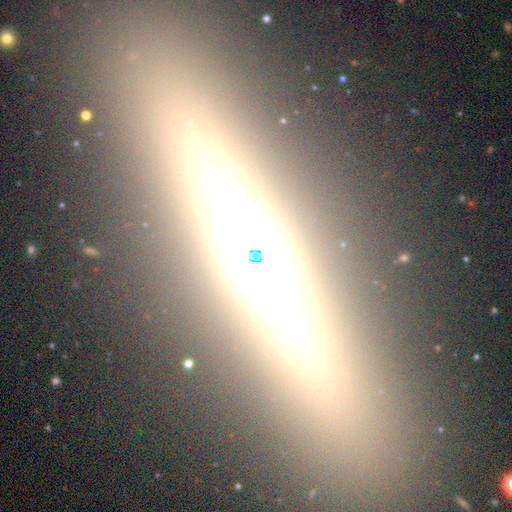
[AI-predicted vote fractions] Q: Smooth or featured?
A: featured or disk (67%); runner-up: star or artifact (17%)
Q: Edge-on disk?
A: yes (89%); runner-up: no (11%)
Q: Edge-on bulge?
A: rounded (81%); runner-up: boxy (14%)
Q: Merging?
A: none (84%); runner-up: minor disturbance (9%)